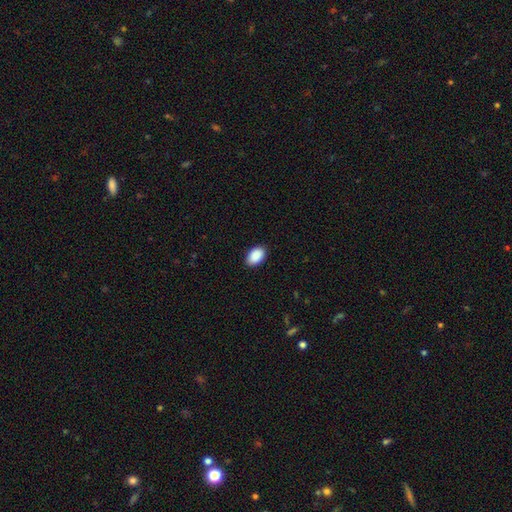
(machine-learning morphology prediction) A smooth galaxy with no disk features (91%) that is in between round and cigar-shaped (91%). Merging: none (89%).